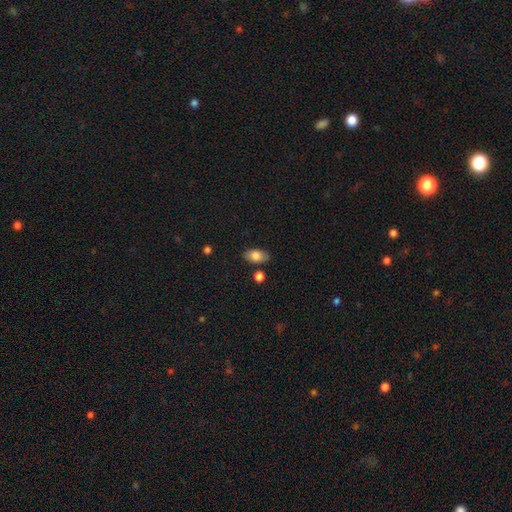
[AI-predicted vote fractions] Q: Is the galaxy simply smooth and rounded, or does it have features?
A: smooth — 80%.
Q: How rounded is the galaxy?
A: in between — 92%.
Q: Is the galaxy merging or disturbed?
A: none — 81%.